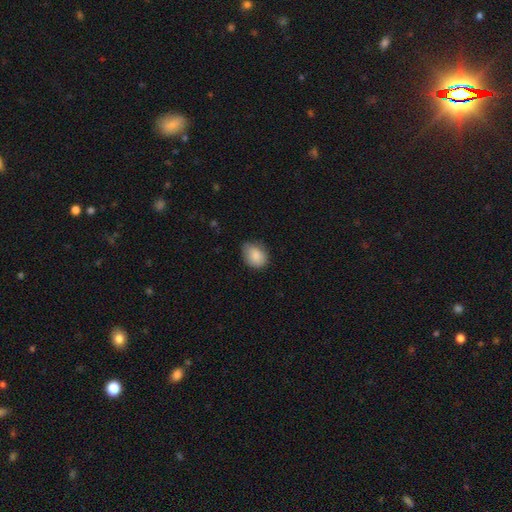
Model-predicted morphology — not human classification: type=smooth (87%); roundness=in between (66%); merging=none (70%).